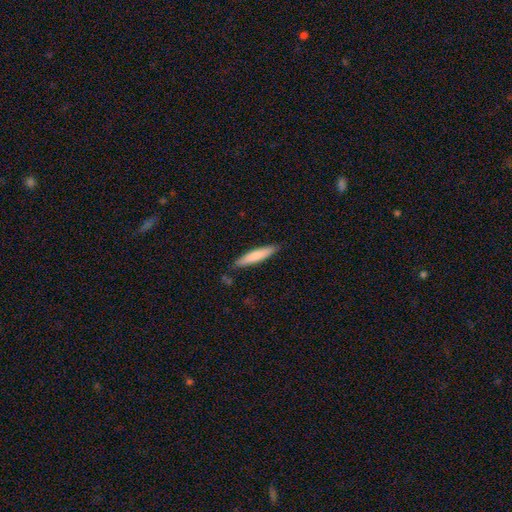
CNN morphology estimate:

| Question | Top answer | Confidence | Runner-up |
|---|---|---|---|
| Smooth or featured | smooth | 75% | featured or disk (19%) |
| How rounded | cigar-shaped | 88% | in between (11%) |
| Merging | none | 86% | minor disturbance (10%) |